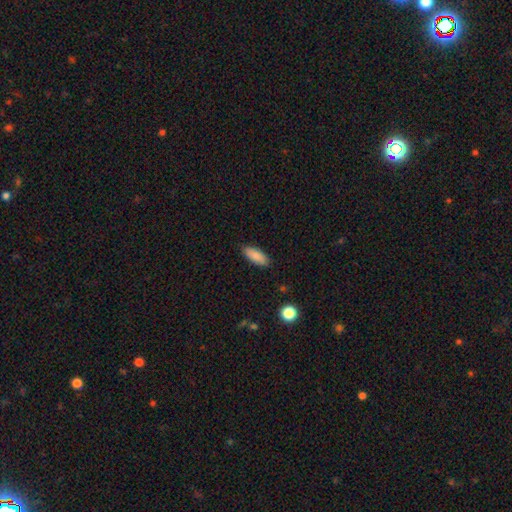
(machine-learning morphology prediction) A smooth galaxy with no disk features (88%) that is in between round and cigar-shaped (69%).

Vote fractions:
- Smooth or featured? smooth: 88% / star or artifact: 7% / featured or disk: 6%
- How rounded? in between: 69% / cigar-shaped: 29% / round: 2%
- Merging? none: 88% / minor disturbance: 9% / major disturbance: 2% / merger: 1%